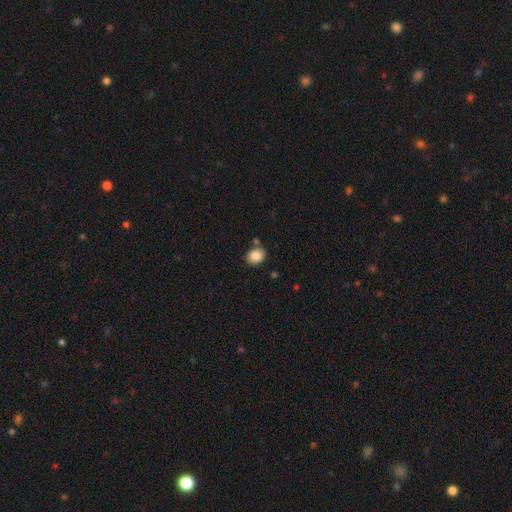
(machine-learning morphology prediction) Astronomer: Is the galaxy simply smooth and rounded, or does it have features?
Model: smooth — 86%.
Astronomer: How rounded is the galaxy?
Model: round — 58% (runner-up: in between, 42%).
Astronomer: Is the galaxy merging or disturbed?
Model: none — 78%.